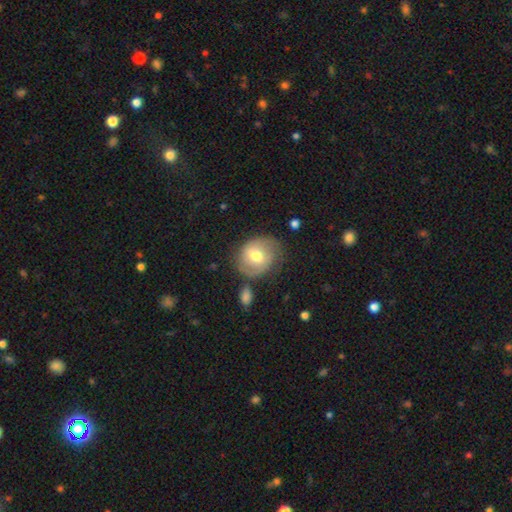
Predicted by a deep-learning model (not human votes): This appears to be a featured or disk galaxy (51%). Merging: none (60%).